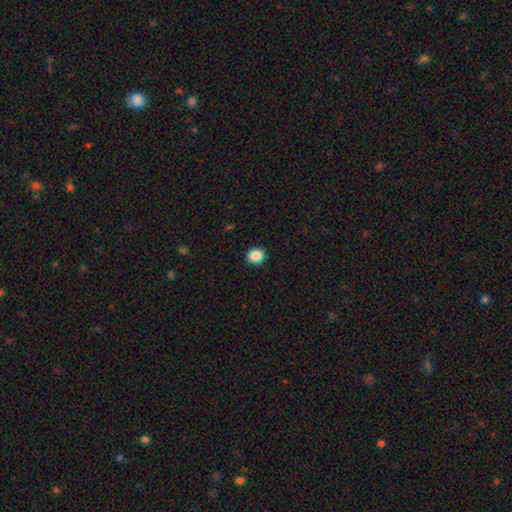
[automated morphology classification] Q: Smooth or featured?
A: smooth (88%); runner-up: star or artifact (9%)
Q: How rounded?
A: round (71%); runner-up: in between (28%)
Q: Merging?
A: none (92%); runner-up: minor disturbance (5%)